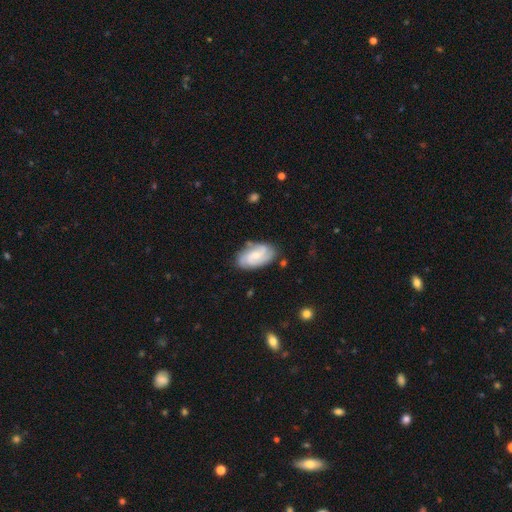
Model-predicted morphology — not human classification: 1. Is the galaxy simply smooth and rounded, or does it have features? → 68% featured or disk, 26% smooth, 6% star or artifact.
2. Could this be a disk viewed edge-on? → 96% no, 4% yes.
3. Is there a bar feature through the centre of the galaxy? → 57% no, 37% weak, 6% strong.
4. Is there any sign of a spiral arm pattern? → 94% yes, 6% no.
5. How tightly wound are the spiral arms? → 44% tight, 41% medium, 15% loose.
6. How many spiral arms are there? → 36% 3, 25% 2, 22% can't tell, 10% 4, 4% 1, 4% more than 4.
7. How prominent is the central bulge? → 51% small, 40% moderate, 5% none, 3% large, 1% dominant.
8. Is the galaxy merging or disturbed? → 77% none, 17% minor disturbance, 4% major disturbance, 2% merger.